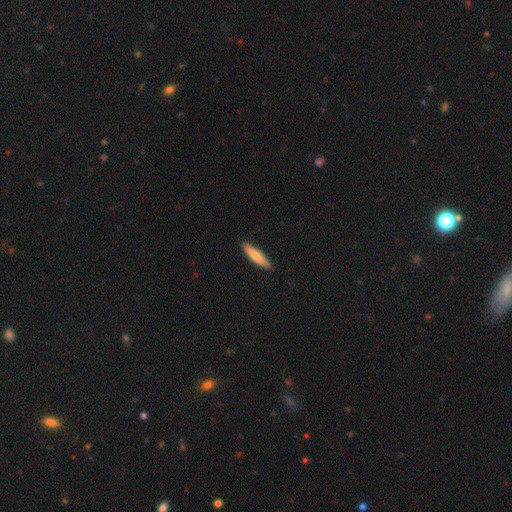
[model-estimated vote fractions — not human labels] This is likely a smooth galaxy (73%). How rounded: likely cigar-shaped (80%). Merging: clearly none (90%).